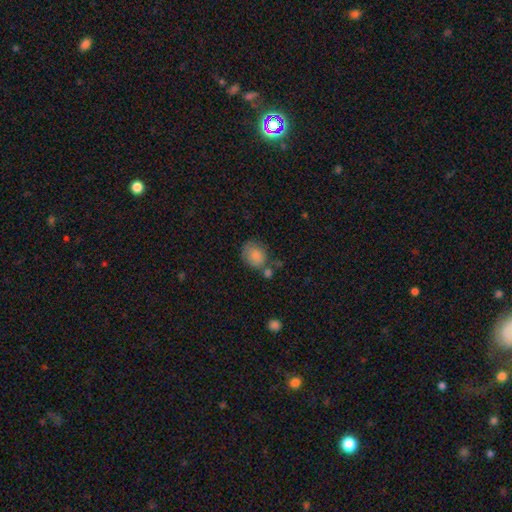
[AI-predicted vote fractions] A smooth galaxy with no disk features (84%) that is round (59%). Merging: none (53%).